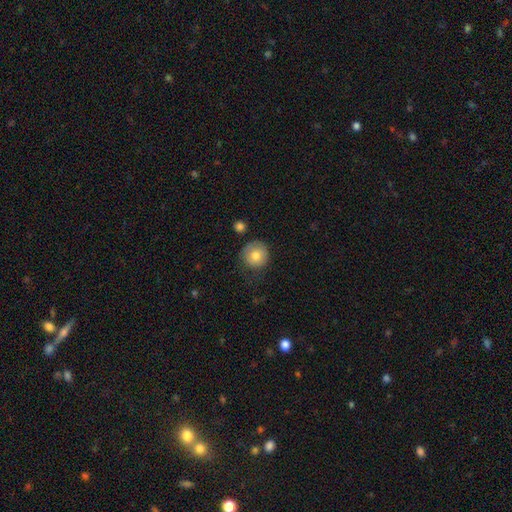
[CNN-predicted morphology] Q: Smooth or featured?
A: smooth (78%); runner-up: featured or disk (14%)
Q: How rounded?
A: round (93%); runner-up: in between (6%)
Q: Merging?
A: none (74%); runner-up: minor disturbance (18%)